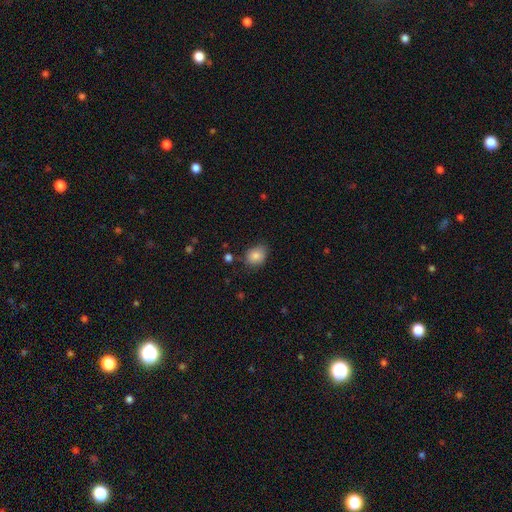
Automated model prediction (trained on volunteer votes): smooth-or-featured: smooth: 83% | star or artifact: 9% | featured or disk: 8%
  how-rounded: in between: 54% | round: 45% | cigar-shaped: 1%
  merging: none: 74% | minor disturbance: 19% | major disturbance: 4% | merger: 3%